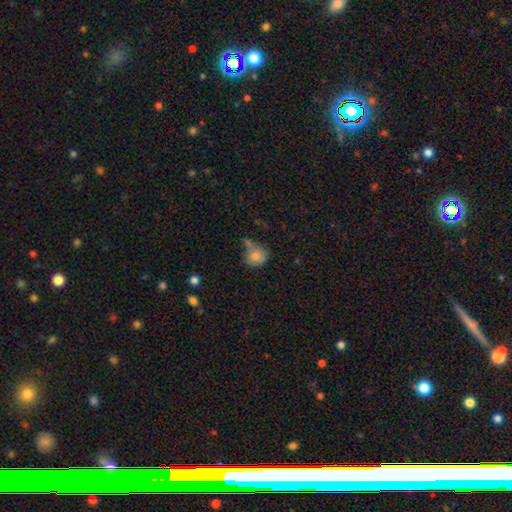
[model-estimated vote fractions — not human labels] Smooth or featured? smooth (81%)
How rounded? round (75%)
Merging? none (49%)